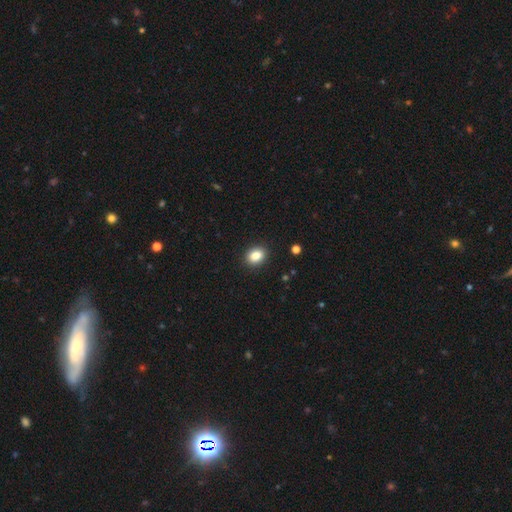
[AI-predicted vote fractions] Morphology: type=smooth (86%); roundness=in between (57%); merging=none (90%).